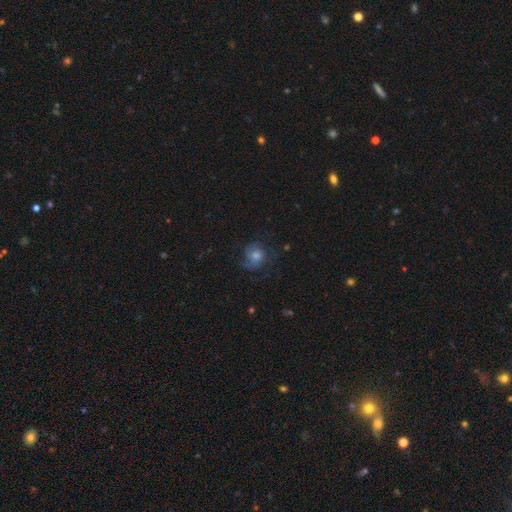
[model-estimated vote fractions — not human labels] smooth_or_featured: featured or disk (p=0.56) [alt: smooth p=0.31]
disk_edge_on: no (p=0.97) [alt: yes p=0.03]
bar: no (p=0.77) [alt: weak p=0.20]
has_spiral_arms: yes (p=0.88) [alt: no p=0.12]
bulge_size: moderate (p=0.55) [alt: small p=0.20]
merging: none (p=0.66) [alt: minor disturbance p=0.18]